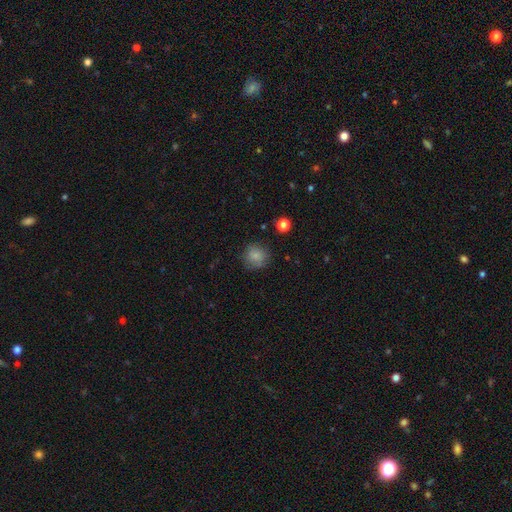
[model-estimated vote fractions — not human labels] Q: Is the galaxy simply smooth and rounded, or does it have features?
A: smooth — 82%.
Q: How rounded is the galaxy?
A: round — 88%.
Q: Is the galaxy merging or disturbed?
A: none — 80%.